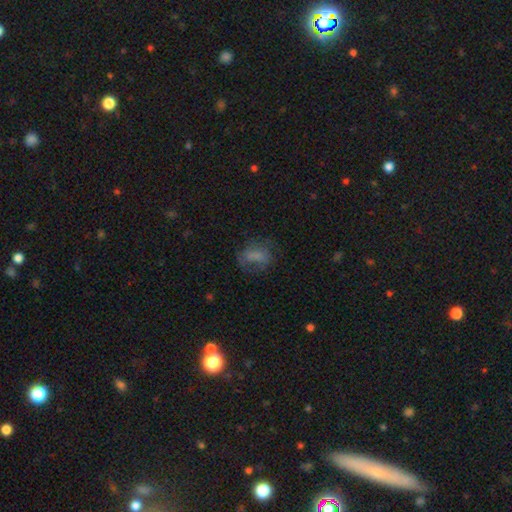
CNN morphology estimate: The model was most divided on "merging": none: 52%, minor disturbance: 23%, major disturbance: 23%, merger: 2%. More confident: how rounded — in between (72%); smooth or featured — smooth (61%).